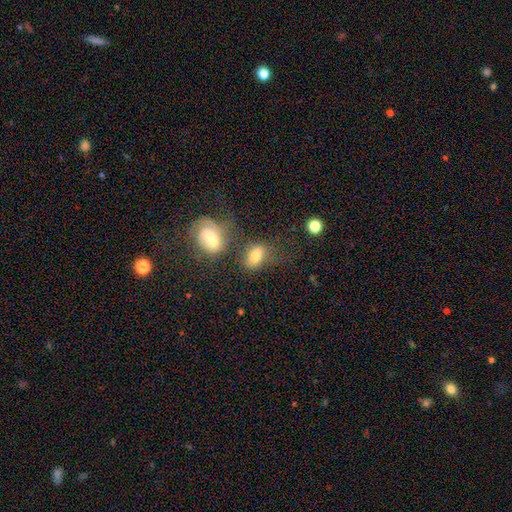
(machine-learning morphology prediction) This is likely a smooth galaxy (74%). How rounded: likely in between (80%). Merging: possibly none (46%).